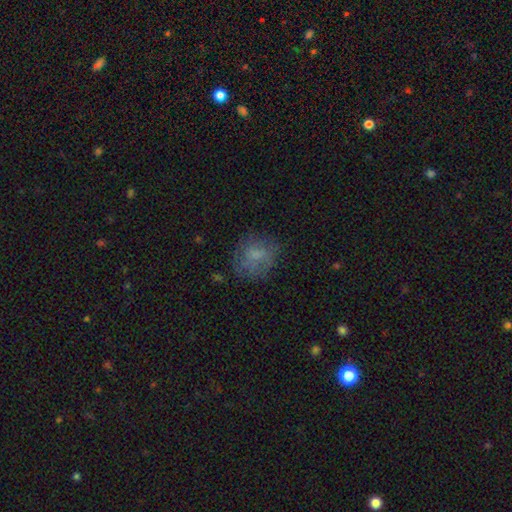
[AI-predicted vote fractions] smooth 63%, featured or disk 26%, star or artifact 11%. Down the decision tree: how rounded — round (70%); merging — none (65%).